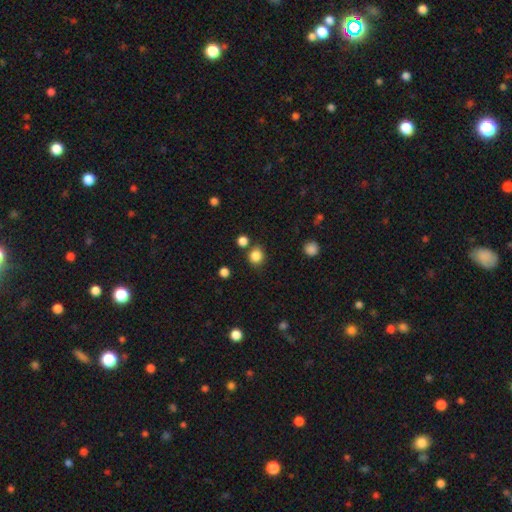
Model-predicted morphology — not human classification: Smooth or featured? Predicted: smooth (p=0.84). How rounded? Predicted: round (p=0.81). Merging? Predicted: none (p=0.76).